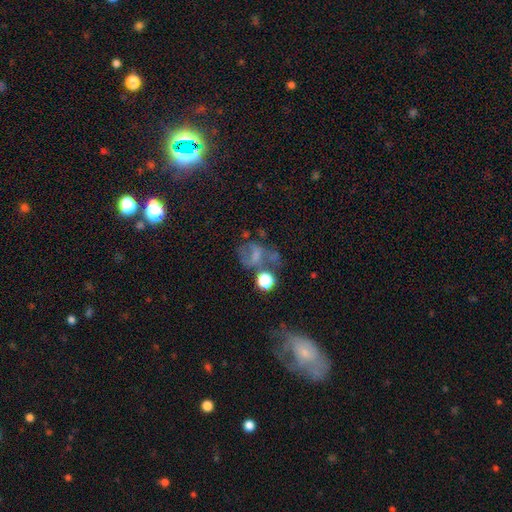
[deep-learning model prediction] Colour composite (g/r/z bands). It shows a smooth galaxy with no disk features (45%). Merging: major disturbance (32%).